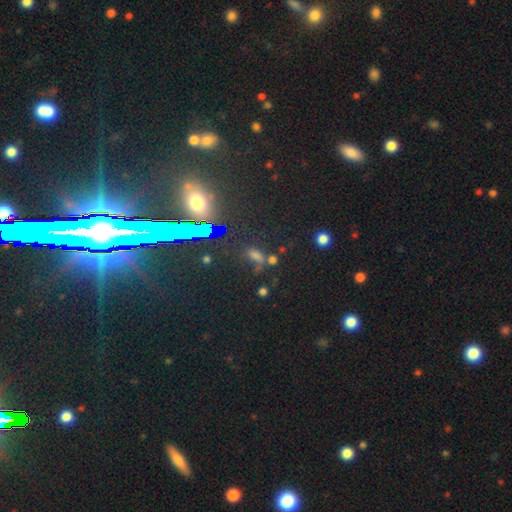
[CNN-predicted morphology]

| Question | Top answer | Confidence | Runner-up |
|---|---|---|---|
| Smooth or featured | smooth | 44% | star or artifact (43%) |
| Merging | none | 55% | merger (17%) |